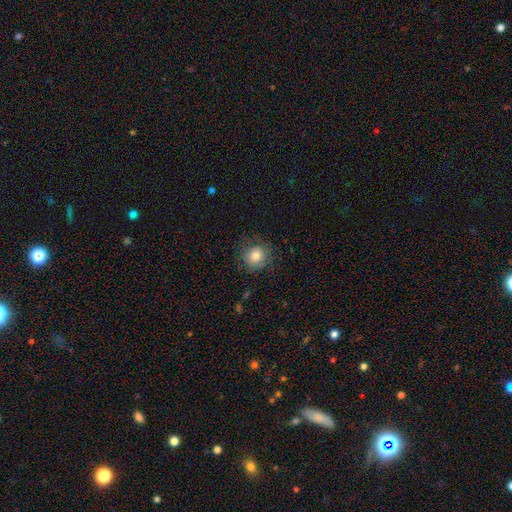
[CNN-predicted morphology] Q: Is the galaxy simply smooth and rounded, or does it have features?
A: smooth — 78%.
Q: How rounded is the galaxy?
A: round — 91%.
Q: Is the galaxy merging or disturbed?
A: none — 80%.